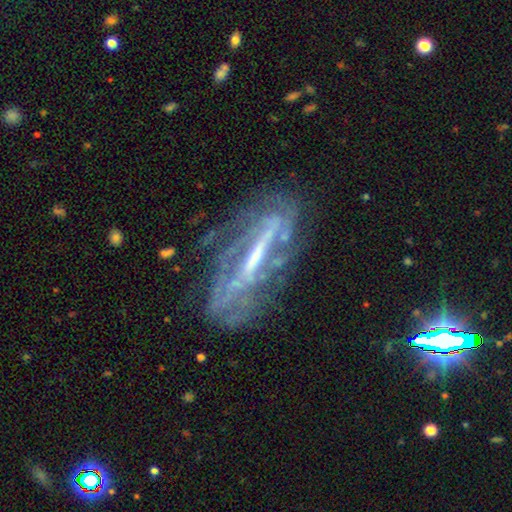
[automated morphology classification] A featured or disk galaxy (83%) with a strong bar (68%), spiral arms (79%) and a small central bulge (47%). Merging: none (59%).